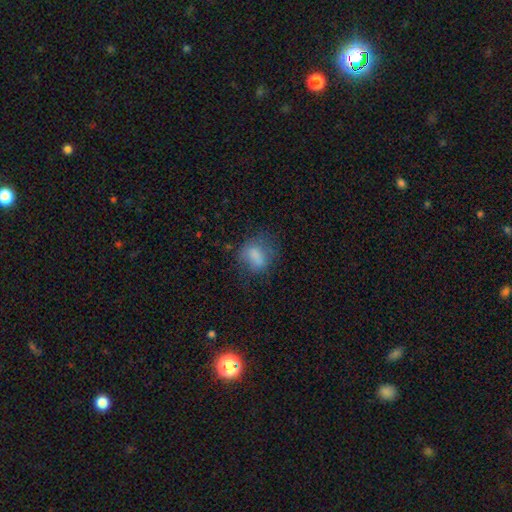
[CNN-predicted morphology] smooth 71%, featured or disk 17%, star or artifact 11%. Down the decision tree: how rounded — in between (59%); merging — none (49%).